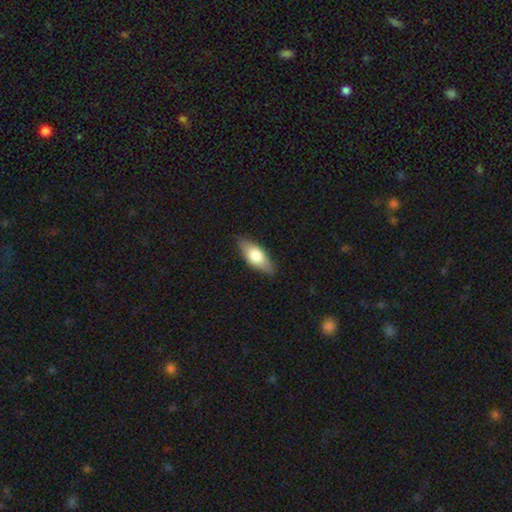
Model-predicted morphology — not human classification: Smooth or featured: smooth — 69% (featured or disk — 25%)
How rounded: in between — 76% (cigar-shaped — 21%)
Merging: none — 84% (minor disturbance — 13%)